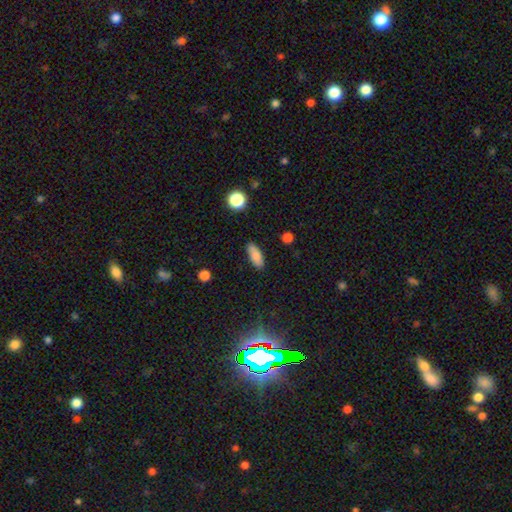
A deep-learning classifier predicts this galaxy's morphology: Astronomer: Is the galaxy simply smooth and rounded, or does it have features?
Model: smooth — 85%.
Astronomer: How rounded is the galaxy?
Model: in between — 73%.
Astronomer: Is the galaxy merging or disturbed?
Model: none — 81%.